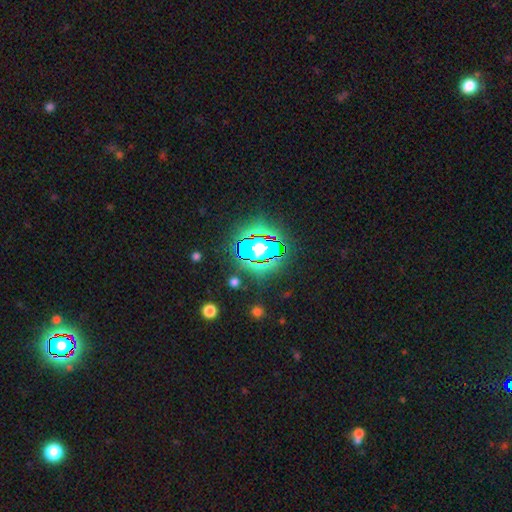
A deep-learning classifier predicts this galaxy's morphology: A star or artifact, not a galaxy (80%).

Vote fractions:
- Smooth or featured? star or artifact: 80% / smooth: 12% / featured or disk: 8%